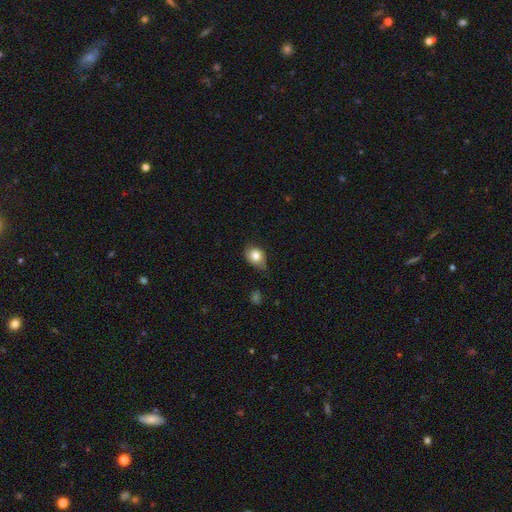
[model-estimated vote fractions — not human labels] Smooth or featured? Predicted: smooth (p=0.79). How rounded? Predicted: round (p=0.50). Merging? Predicted: none (p=0.55).